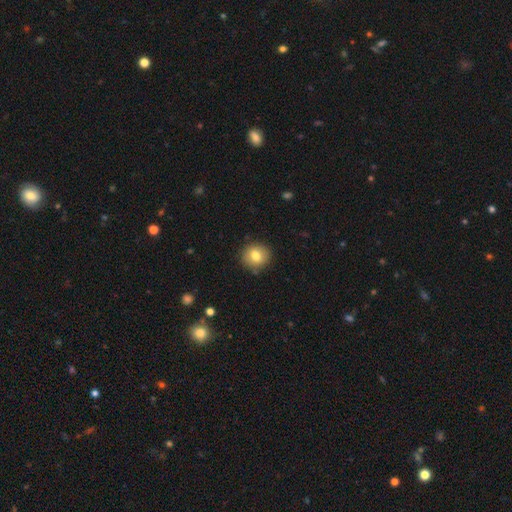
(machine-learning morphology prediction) type=smooth (79%); roundness=round (87%); merging=none (87%).